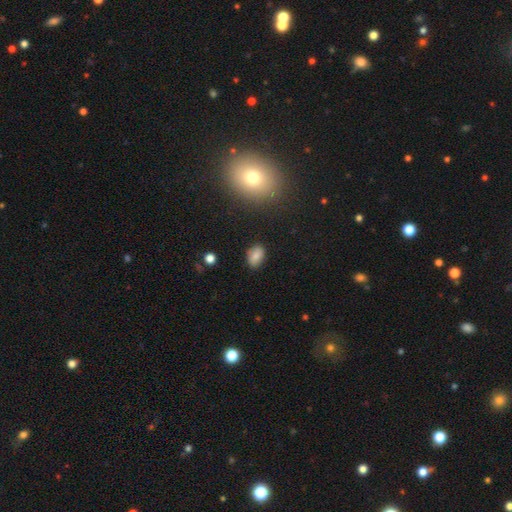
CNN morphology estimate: A smooth galaxy with no disk features (78%) that is in between round and cigar-shaped (83%).

Vote fractions:
- Smooth or featured? smooth: 78% / featured or disk: 11% / star or artifact: 11%
- How rounded? in between: 83% / round: 15% / cigar-shaped: 2%
- Merging? none: 82% / minor disturbance: 13% / major disturbance: 3% / merger: 2%